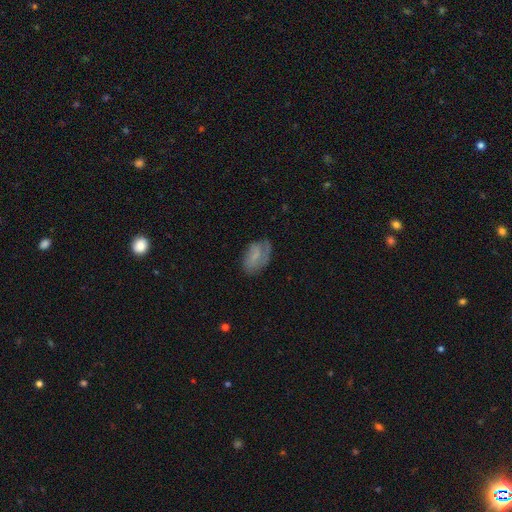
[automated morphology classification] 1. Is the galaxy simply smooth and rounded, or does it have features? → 54% smooth, 38% featured or disk, 9% star or artifact.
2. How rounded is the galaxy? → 89% in between, 8% round, 2% cigar-shaped.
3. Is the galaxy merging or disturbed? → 53% none, 28% minor disturbance, 16% major disturbance, 2% merger.